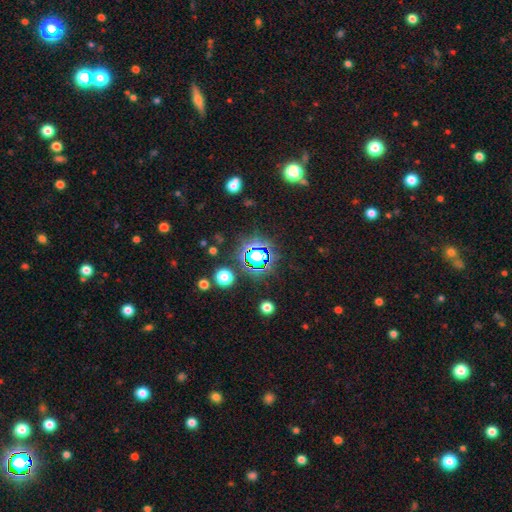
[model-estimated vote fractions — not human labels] Smooth or featured?
  - star or artifact: 60% *
  - smooth: 29%
  - featured or disk: 10%